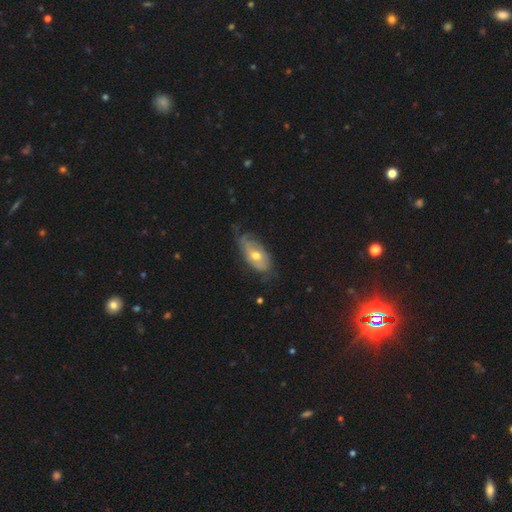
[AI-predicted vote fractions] Q: Smooth or featured?
A: featured or disk (61%); runner-up: smooth (33%)
Q: Edge-on disk?
A: no (86%); runner-up: yes (14%)
Q: Bar?
A: no (76%); runner-up: weak (20%)
Q: Spiral arms?
A: yes (70%); runner-up: no (30%)
Q: Bulge size?
A: moderate (73%); runner-up: small (19%)
Q: Merging?
A: none (51%); runner-up: minor disturbance (33%)